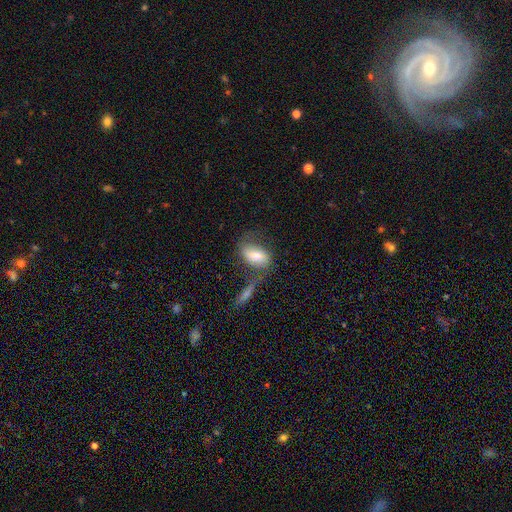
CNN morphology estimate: smooth_or_featured: smooth (p=0.67) [alt: featured or disk p=0.25]
how_rounded: in between (p=0.87) [alt: round p=0.08]
merging: none (p=0.42) [alt: merger p=0.24]